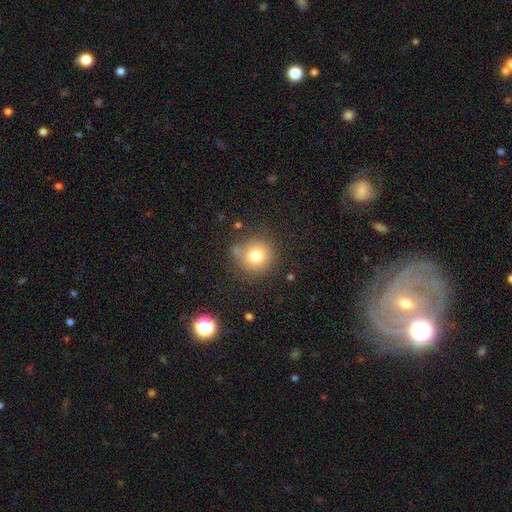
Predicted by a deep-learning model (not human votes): A smooth galaxy with no disk features (77%) that is round (91%).

Vote fractions:
- Smooth or featured? smooth: 77% / star or artifact: 12% / featured or disk: 11%
- How rounded? round: 91% / in between: 8% / cigar-shaped: 1%
- Merging? none: 71% / minor disturbance: 17% / merger: 6% / major disturbance: 6%